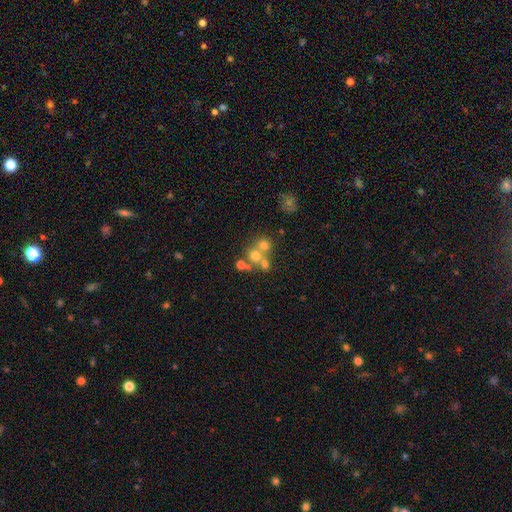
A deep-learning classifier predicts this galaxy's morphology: Q: Smooth or featured?
A: smooth (58%); runner-up: featured or disk (23%)
Q: How rounded?
A: round (82%); runner-up: in between (17%)
Q: Merging?
A: merger (48%); runner-up: none (41%)